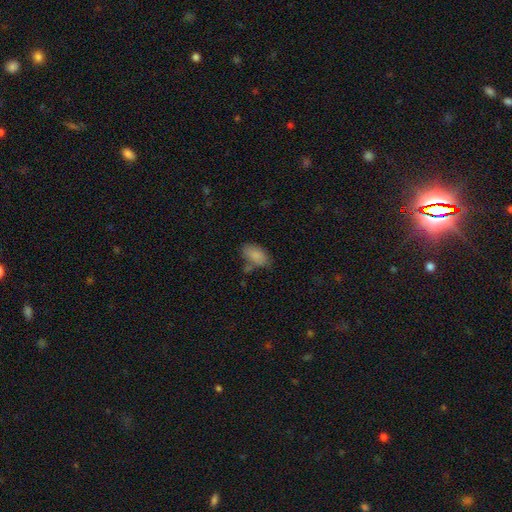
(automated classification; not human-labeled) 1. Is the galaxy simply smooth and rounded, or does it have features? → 86% smooth, 8% star or artifact, 7% featured or disk.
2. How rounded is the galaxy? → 92% in between, 5% round, 3% cigar-shaped.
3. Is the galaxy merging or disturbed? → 58% none, 23% minor disturbance, 12% merger, 7% major disturbance.